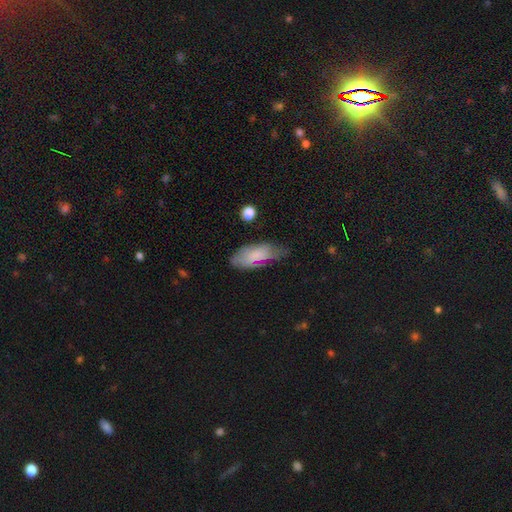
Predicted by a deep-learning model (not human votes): A smooth galaxy with no disk features (67%) that is in between round and cigar-shaped (82%). Merging: none (49%).